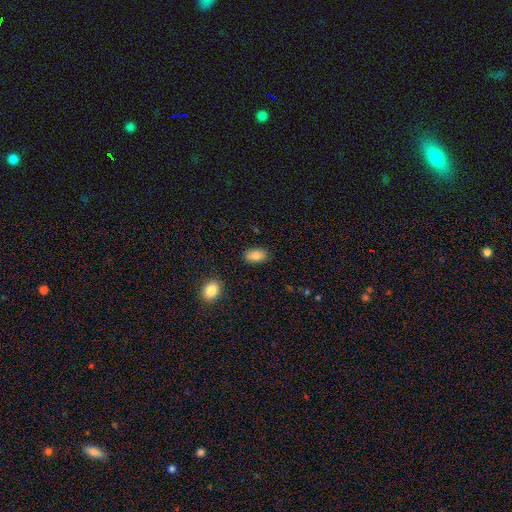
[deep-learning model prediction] smooth-or-featured: smooth: 86% | star or artifact: 8% | featured or disk: 6%
  how-rounded: in between: 91% | round: 7% | cigar-shaped: 2%
  merging: none: 87% | minor disturbance: 9% | major disturbance: 2% | merger: 2%